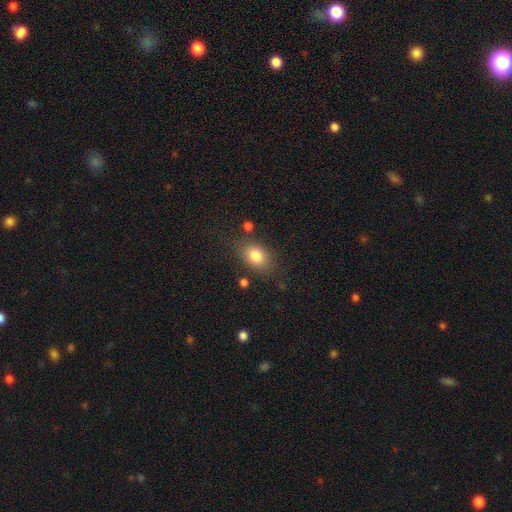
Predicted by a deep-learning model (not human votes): This appears to be a smooth galaxy with no disk features (82%) that is in between round and cigar-shaped (75%). Merging: none (77%).